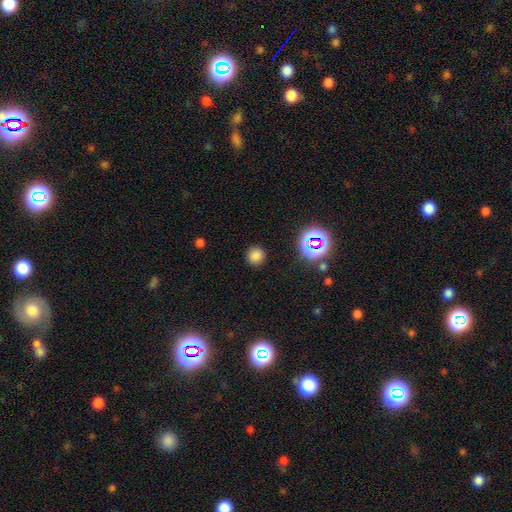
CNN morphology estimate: A smooth galaxy with no disk features (77%) that is round (91%). Merging: none (90%).